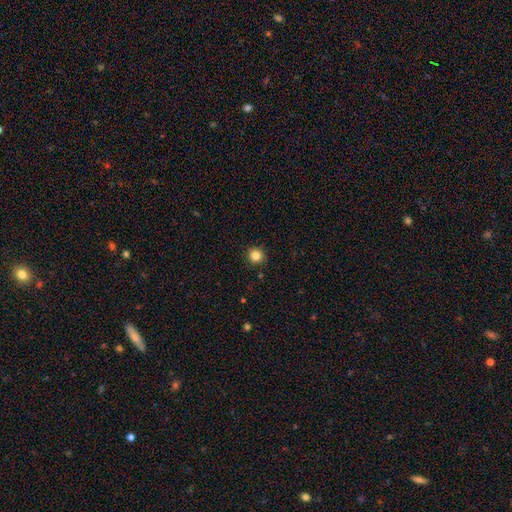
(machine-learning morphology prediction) Q: Smooth or featured?
A: smooth (84%); runner-up: star or artifact (12%)
Q: How rounded?
A: round (94%); runner-up: in between (5%)
Q: Merging?
A: none (91%); runner-up: minor disturbance (6%)